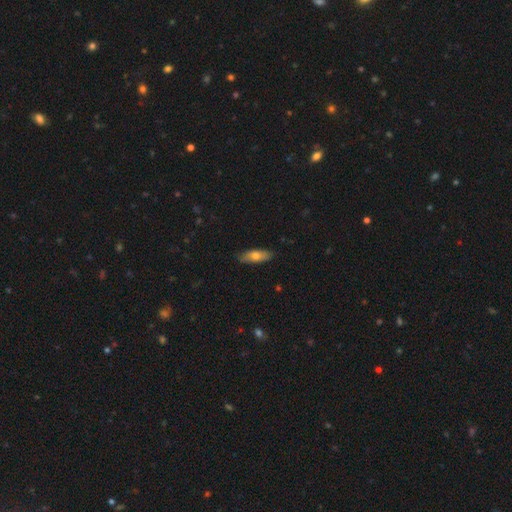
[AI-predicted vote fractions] This appears to be a smooth galaxy with no disk features (68%) that is in between round and cigar-shaped (59%). Merging: none (84%).